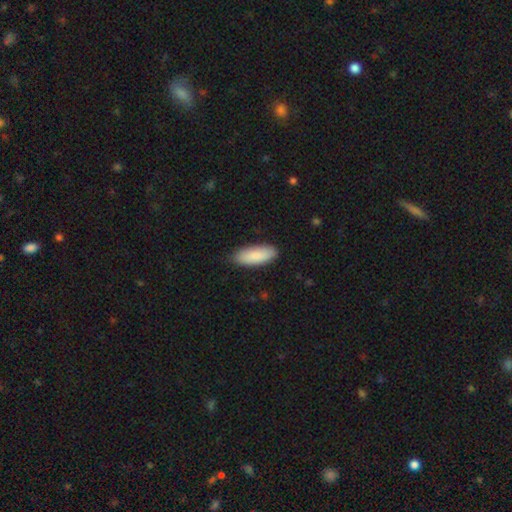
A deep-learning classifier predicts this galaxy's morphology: A smooth galaxy with no disk features (87%) that is in between round and cigar-shaped (78%). Merging: none (84%).